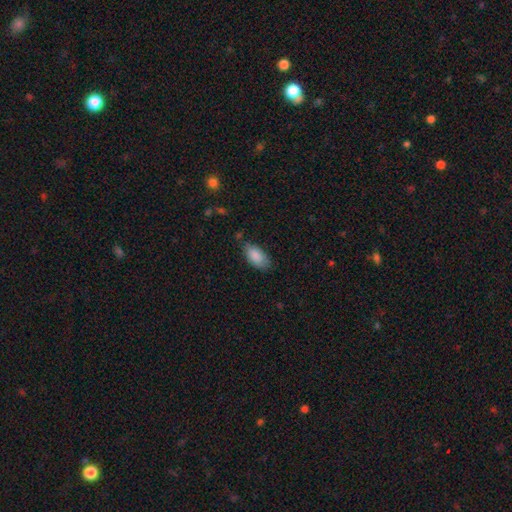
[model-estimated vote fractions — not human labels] smooth 88%, star or artifact 6%, featured or disk 6%. Down the decision tree: how rounded — in between (93%); merging — none (72%).